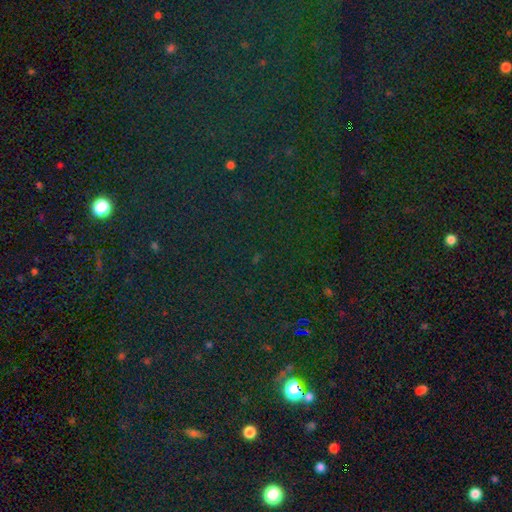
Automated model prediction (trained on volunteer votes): A star or artifact, not a galaxy (77%).

Vote fractions:
- Smooth or featured? star or artifact: 77% / smooth: 15% / featured or disk: 8%